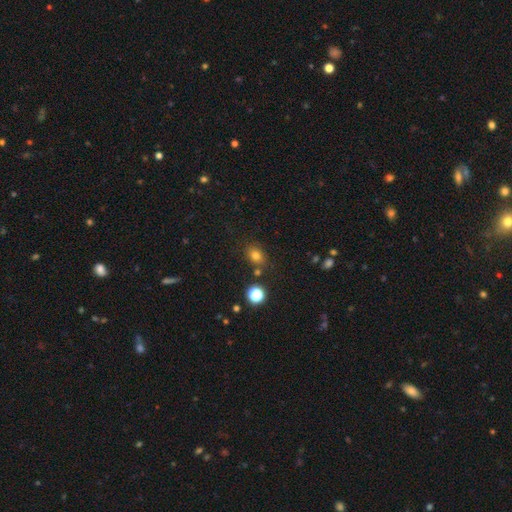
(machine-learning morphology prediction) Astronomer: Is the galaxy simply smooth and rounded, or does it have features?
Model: smooth — 76%.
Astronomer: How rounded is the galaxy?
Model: in between — 58% (runner-up: round, 41%).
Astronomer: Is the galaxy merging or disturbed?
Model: none — 77%.